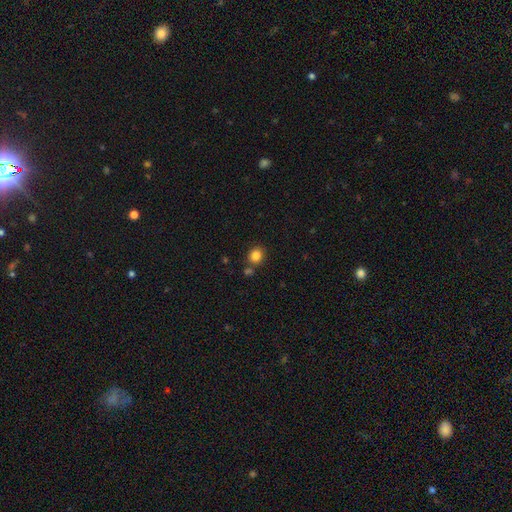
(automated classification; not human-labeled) Q: Smooth or featured?
A: smooth (85%); runner-up: star or artifact (11%)
Q: How rounded?
A: round (76%); runner-up: in between (23%)
Q: Merging?
A: none (75%); runner-up: merger (12%)